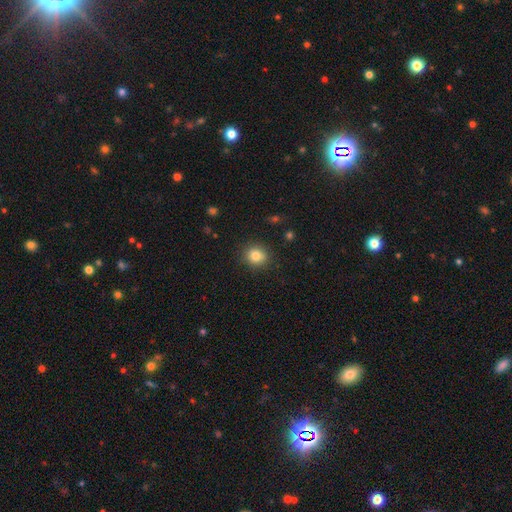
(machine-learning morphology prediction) Smooth or featured: smooth — 82% (star or artifact — 11%)
How rounded: round — 80% (in between — 19%)
Merging: none — 88% (minor disturbance — 8%)